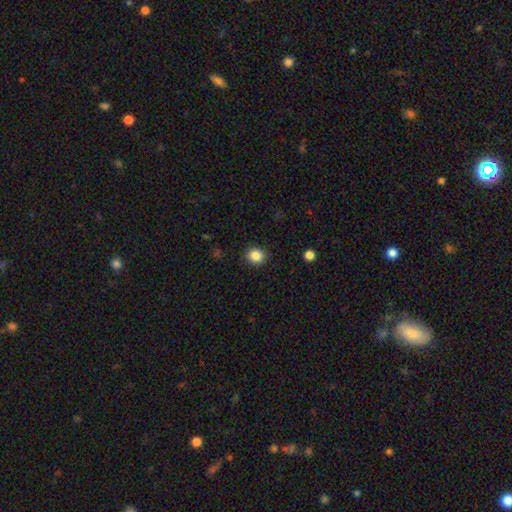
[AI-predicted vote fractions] Smooth or featured: smooth — 86% (star or artifact — 10%)
How rounded: round — 77% (in between — 22%)
Merging: none — 89% (minor disturbance — 8%)